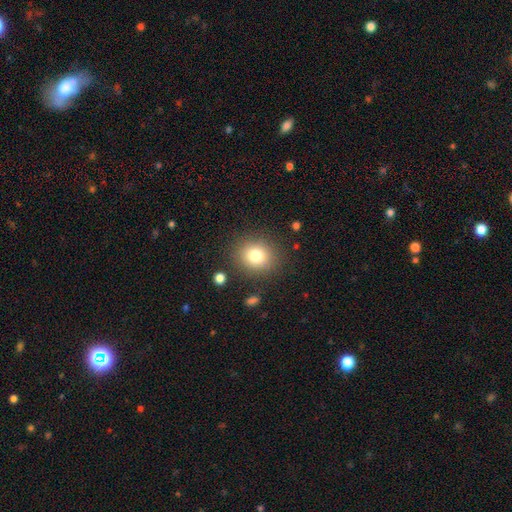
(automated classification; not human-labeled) smooth_or_featured: smooth (p=0.79) [alt: star or artifact p=0.12]
how_rounded: round (p=0.75) [alt: in between p=0.25]
merging: none (p=0.84) [alt: minor disturbance p=0.09]